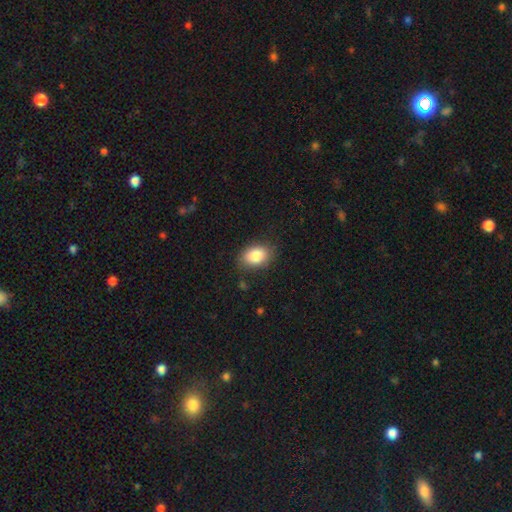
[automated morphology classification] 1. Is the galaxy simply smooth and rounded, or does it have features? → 84% smooth, 8% star or artifact, 8% featured or disk.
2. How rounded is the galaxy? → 77% in between, 22% round, 1% cigar-shaped.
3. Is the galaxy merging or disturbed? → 82% none, 13% minor disturbance, 3% major disturbance, 1% merger.